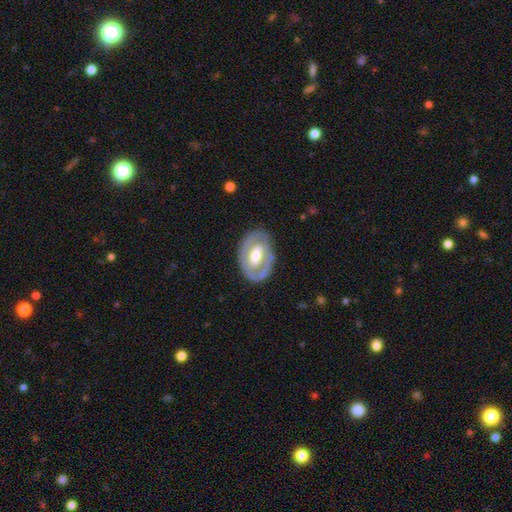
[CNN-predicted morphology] Q: Smooth or featured?
A: featured or disk (67%); runner-up: smooth (28%)
Q: Edge-on disk?
A: no (94%); runner-up: yes (6%)
Q: Bar?
A: no (43%); runner-up: weak (36%)
Q: Spiral arms?
A: no (61%); runner-up: yes (39%)
Q: Bulge size?
A: moderate (61%); runner-up: large (23%)
Q: Merging?
A: none (77%); runner-up: minor disturbance (16%)